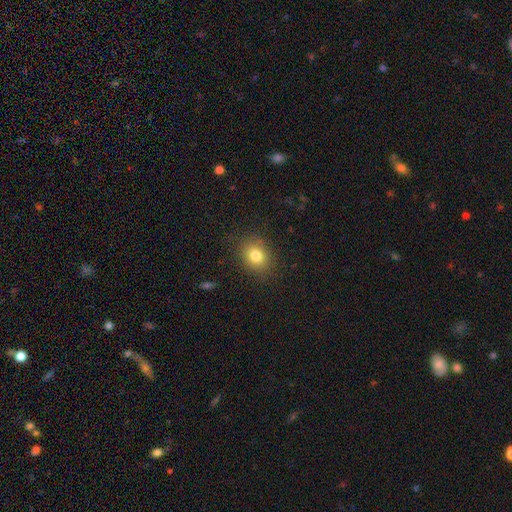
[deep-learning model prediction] Smooth or featured? smooth (80%)
How rounded? round (58%)
Merging? none (85%)